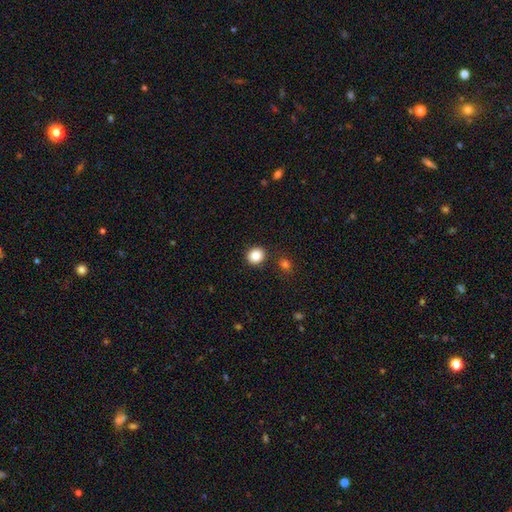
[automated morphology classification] Overall: smooth (86%). How rounded: round (83%). Merging: none (88%).